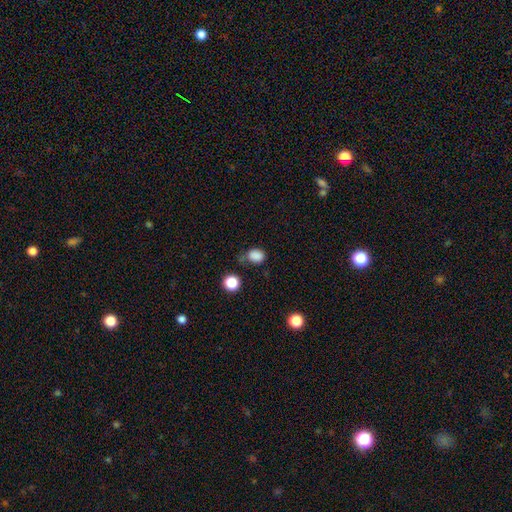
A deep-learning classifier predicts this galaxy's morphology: A smooth galaxy with no disk features (84%) that is in between round and cigar-shaped (55%). Merging: none (58%).